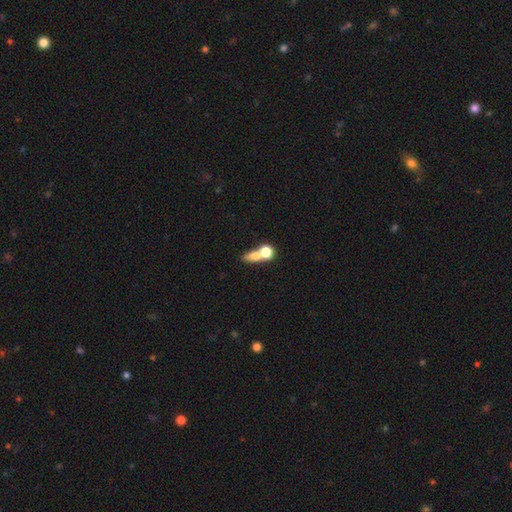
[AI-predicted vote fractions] smooth-or-featured: smooth: 70% | featured or disk: 18% | star or artifact: 12%
  how-rounded: in between: 44% | round: 43% | cigar-shaped: 13%
  merging: merger: 57% | none: 27% | minor disturbance: 8% | major disturbance: 7%